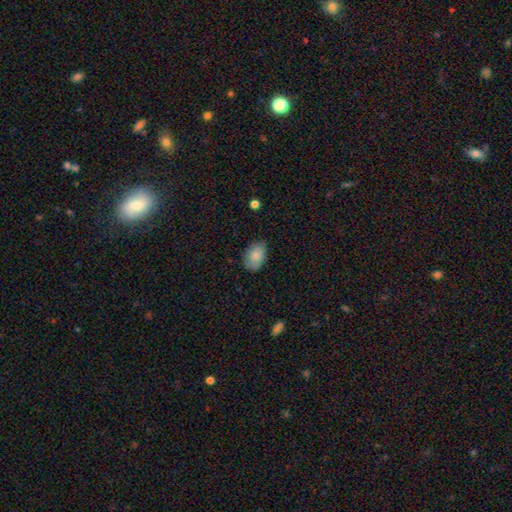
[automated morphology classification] A smooth galaxy with no disk features (83%) that is in between round and cigar-shaped (88%).

Vote fractions:
- Smooth or featured? smooth: 83% / featured or disk: 11% / star or artifact: 7%
- How rounded? in between: 88% / round: 11% / cigar-shaped: 1%
- Merging? none: 75% / minor disturbance: 20% / major disturbance: 3% / merger: 1%